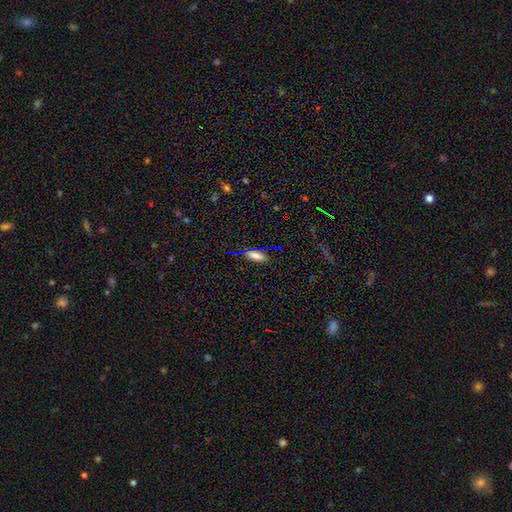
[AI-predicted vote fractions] The model was most divided on "smooth or featured": smooth: 65%, star or artifact: 24%, featured or disk: 10%. More confident: merging — none (82%); how rounded — in between (78%).